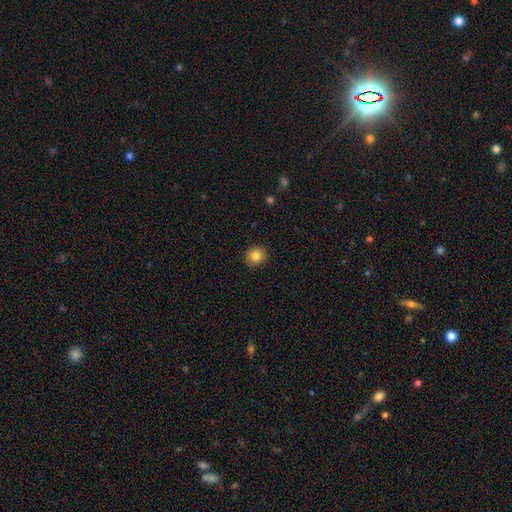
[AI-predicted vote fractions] smooth_or_featured: smooth (p=0.84) [alt: star or artifact p=0.10]
how_rounded: round (p=0.84) [alt: in between p=0.15]
merging: none (p=0.91) [alt: minor disturbance p=0.06]